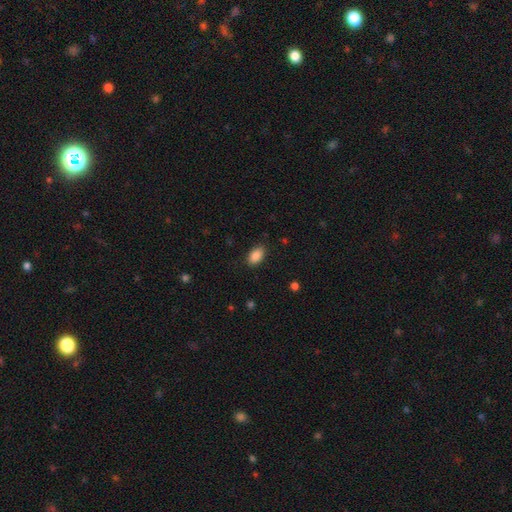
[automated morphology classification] This appears to be a smooth galaxy with no disk features (88%) that is in between round and cigar-shaped (92%). Merging: none (85%).